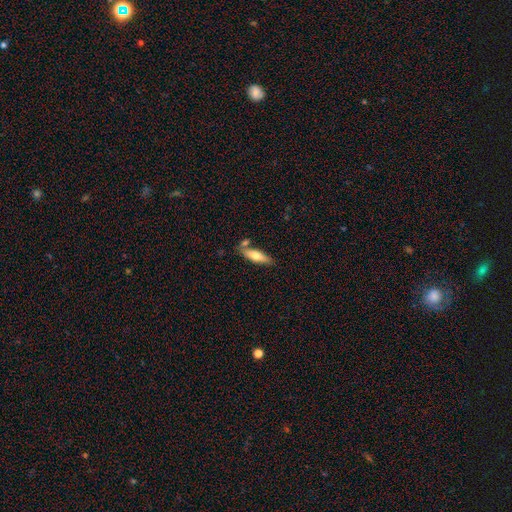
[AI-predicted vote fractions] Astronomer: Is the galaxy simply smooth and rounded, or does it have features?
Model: smooth — 64%.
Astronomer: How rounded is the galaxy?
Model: cigar-shaped — 54% (runner-up: in between, 44%).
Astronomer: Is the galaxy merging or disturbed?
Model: none — 70%.